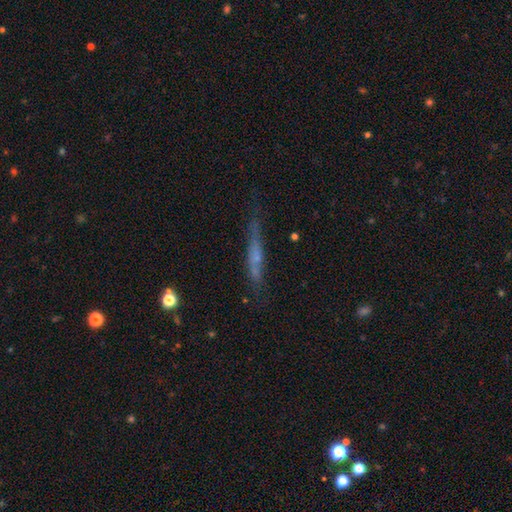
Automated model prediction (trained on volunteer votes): Smooth or featured?
  - featured or disk: 53% *
  - smooth: 36%
  - star or artifact: 12%
Edge-on disk?
  - yes: 83% *
  - no: 17%
Merging?
  - none: 67% *
  - minor disturbance: 22%
  - major disturbance: 8%
  - merger: 3%